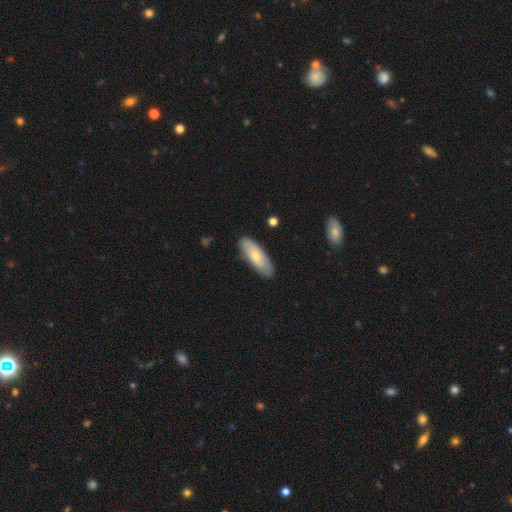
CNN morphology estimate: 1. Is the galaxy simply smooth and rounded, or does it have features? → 64% smooth, 31% featured or disk, 5% star or artifact.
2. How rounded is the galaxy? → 67% in between, 31% cigar-shaped, 2% round.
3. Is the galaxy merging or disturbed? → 83% none, 13% minor disturbance, 2% major disturbance, 2% merger.